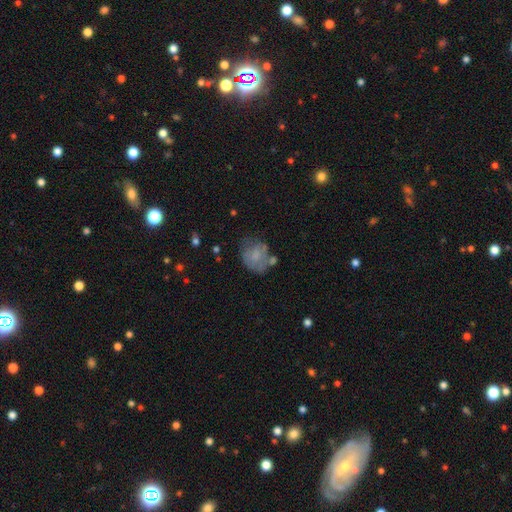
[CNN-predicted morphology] smooth-or-featured: smooth: 55% | featured or disk: 35% | star or artifact: 10%
  how-rounded: round: 60% | in between: 39% | cigar-shaped: 1%
  merging: none: 43% | minor disturbance: 27% | major disturbance: 20% | merger: 10%